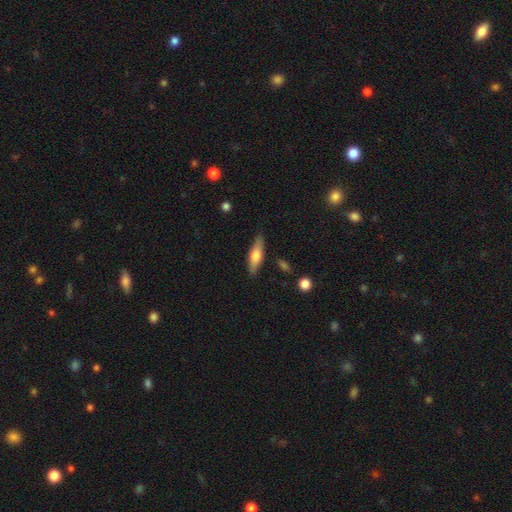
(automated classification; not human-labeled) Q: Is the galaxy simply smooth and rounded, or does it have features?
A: smooth — 58%.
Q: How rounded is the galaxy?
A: cigar-shaped — 53%.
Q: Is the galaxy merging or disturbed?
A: none — 84%.